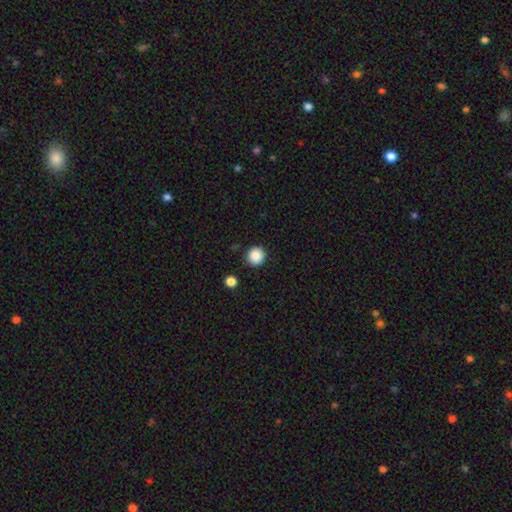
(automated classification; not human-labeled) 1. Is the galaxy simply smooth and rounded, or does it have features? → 88% smooth, 10% star or artifact, 3% featured or disk.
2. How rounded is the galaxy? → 94% round, 5% in between, 1% cigar-shaped.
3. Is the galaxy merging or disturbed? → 90% none, 6% minor disturbance, 2% major disturbance, 2% merger.